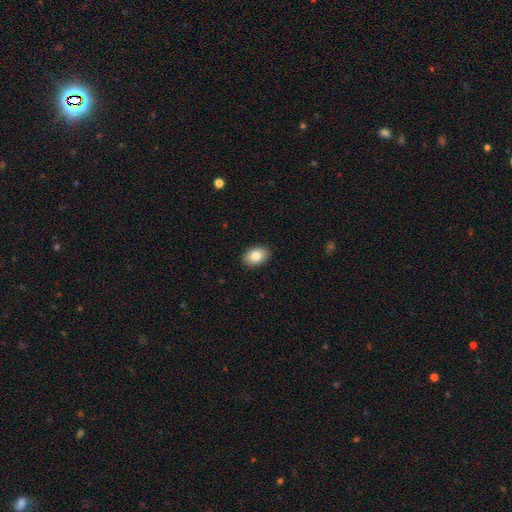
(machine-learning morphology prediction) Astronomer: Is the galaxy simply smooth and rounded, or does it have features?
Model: smooth — 84%.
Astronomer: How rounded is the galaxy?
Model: in between — 80%.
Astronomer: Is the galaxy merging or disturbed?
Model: none — 90%.